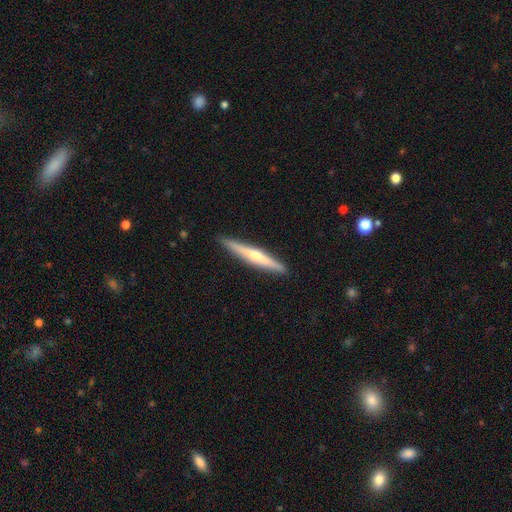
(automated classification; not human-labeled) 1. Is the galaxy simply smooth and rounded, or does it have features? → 64% featured or disk, 30% smooth, 5% star or artifact.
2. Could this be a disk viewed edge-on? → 97% yes, 3% no.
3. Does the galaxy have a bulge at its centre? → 80% rounded, 16% none, 5% boxy.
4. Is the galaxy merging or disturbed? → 91% none, 7% minor disturbance, 1% major disturbance, 1% merger.